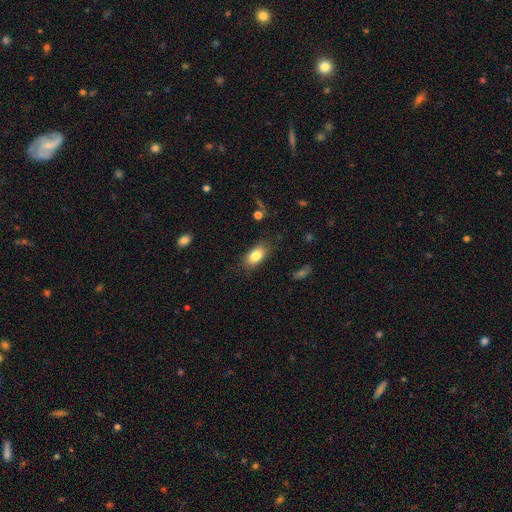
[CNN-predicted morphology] This is clearly a smooth galaxy (82%). How rounded: clearly in between (89%). Merging: clearly none (81%).